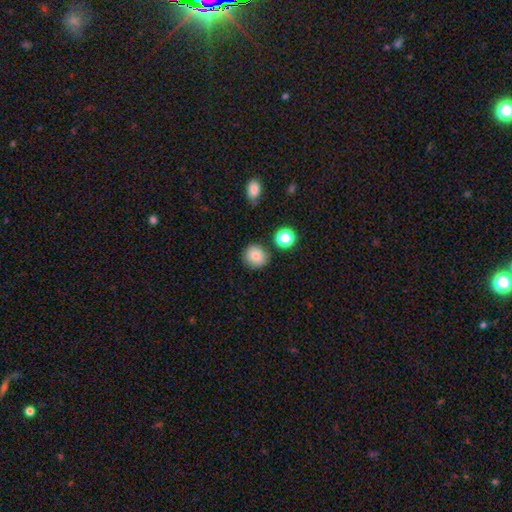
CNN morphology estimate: Smooth or featured: smooth — 83% (star or artifact — 11%)
How rounded: round — 88% (in between — 11%)
Merging: none — 84% (minor disturbance — 9%)